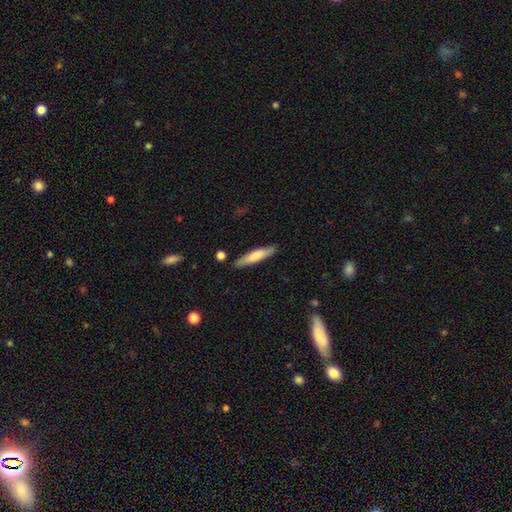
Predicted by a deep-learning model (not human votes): This appears to be a smooth galaxy with no disk features (66%) that is cigar-shaped (84%). Merging: none (86%).